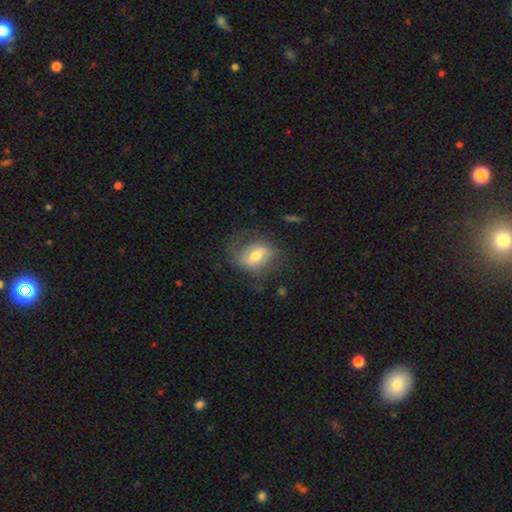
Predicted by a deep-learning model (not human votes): Q: Smooth or featured?
A: featured or disk (54%); runner-up: smooth (38%)
Q: Edge-on disk?
A: no (95%); runner-up: yes (5%)
Q: Bar?
A: weak (47%); runner-up: strong (27%)
Q: Spiral arms?
A: yes (72%); runner-up: no (28%)
Q: Bulge size?
A: moderate (67%); runner-up: small (20%)
Q: Merging?
A: none (56%); runner-up: minor disturbance (23%)